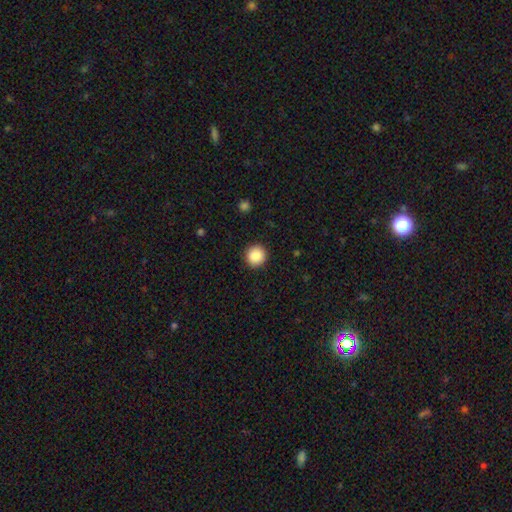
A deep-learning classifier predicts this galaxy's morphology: smooth_or_featured: smooth (p=0.88) [alt: star or artifact p=0.09]
how_rounded: round (p=0.93) [alt: in between p=0.06]
merging: none (p=0.92) [alt: minor disturbance p=0.05]